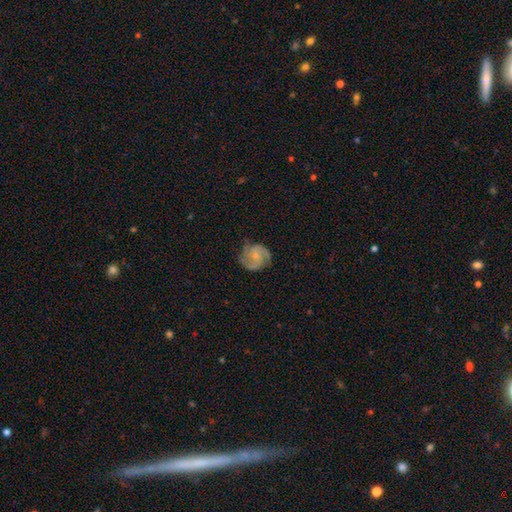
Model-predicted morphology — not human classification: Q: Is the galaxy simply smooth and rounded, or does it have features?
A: featured or disk — 77%.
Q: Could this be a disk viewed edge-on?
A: no — 98%.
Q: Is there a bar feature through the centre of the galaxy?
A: no — 72%.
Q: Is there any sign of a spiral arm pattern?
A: yes — 96%.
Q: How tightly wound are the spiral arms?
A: medium — 50%.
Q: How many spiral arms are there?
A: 2 — 40%.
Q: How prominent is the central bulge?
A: small — 69%.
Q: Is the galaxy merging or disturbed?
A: none — 72%.